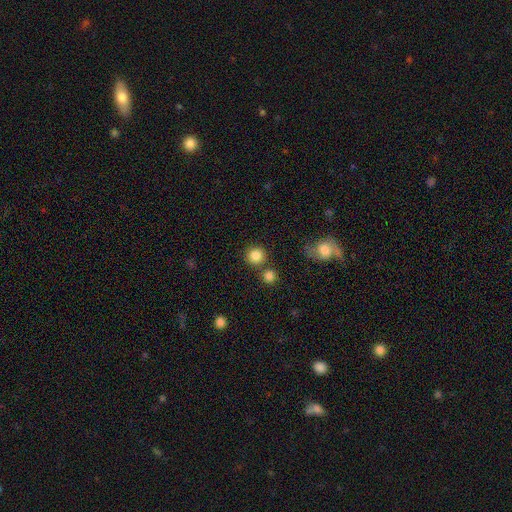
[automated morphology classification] Smooth or featured? Predicted: smooth (p=0.85). How rounded? Predicted: round (p=0.92). Merging? Predicted: none (p=0.77).